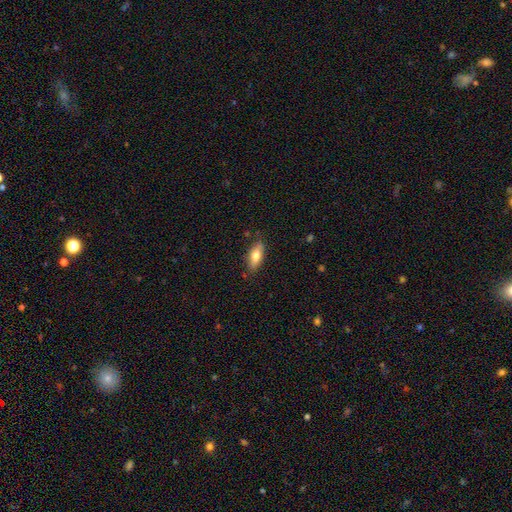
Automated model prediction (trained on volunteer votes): smooth 69%, featured or disk 24%, star or artifact 6%. Down the decision tree: how rounded — in between (73%); merging — none (81%).